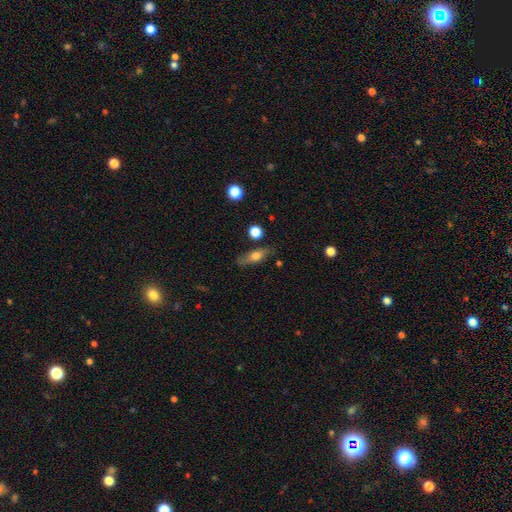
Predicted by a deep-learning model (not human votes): This appears to be a smooth galaxy with no disk features (62%) that is in between round and cigar-shaped (56%). Merging: none (78%).